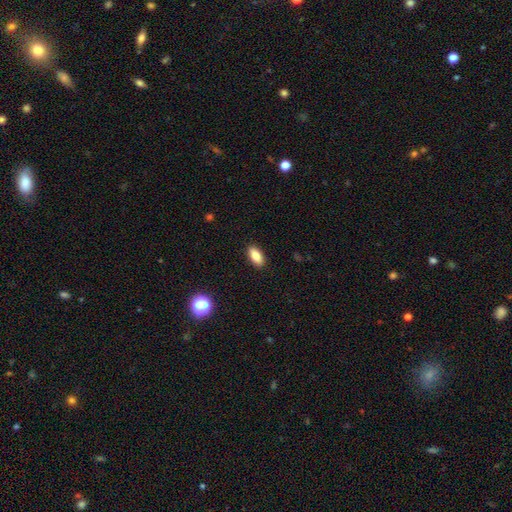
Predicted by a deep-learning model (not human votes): Morphology: type=smooth (83%); roundness=in between (85%); merging=none (90%).